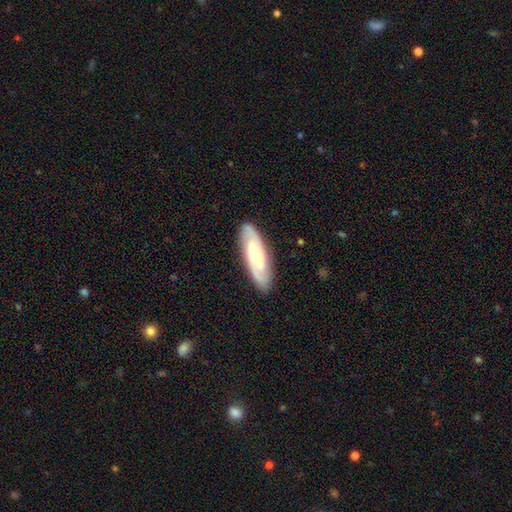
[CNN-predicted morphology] Smooth or featured?
  - featured or disk: 66% *
  - smooth: 29%
  - star or artifact: 5%
Edge-on disk?
  - no: 81% *
  - yes: 19%
Bar?
  - no: 68% *
  - weak: 26%
  - strong: 6%
Spiral arms?
  - yes: 87% *
  - no: 13%
Bulge size?
  - small: 49% *
  - moderate: 45%
  - large: 3%
  - none: 2%
  - dominant: 1%
Merging?
  - none: 87% *
  - minor disturbance: 10%
  - major disturbance: 2%
  - merger: 1%